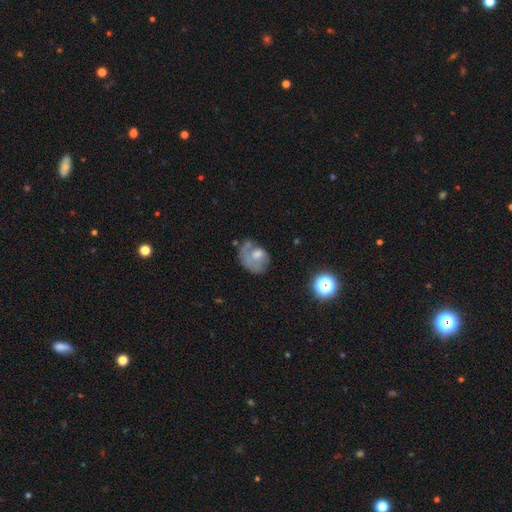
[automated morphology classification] The model was most divided on "merging": none: 36%, major disturbance: 33%, minor disturbance: 25%, merger: 5%. Remaining: smooth or featured — featured or disk (47%).